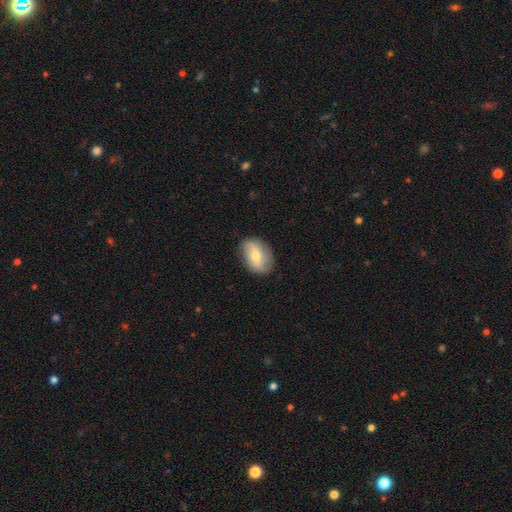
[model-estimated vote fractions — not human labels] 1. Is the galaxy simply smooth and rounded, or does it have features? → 48% featured or disk, 45% smooth, 7% star or artifact.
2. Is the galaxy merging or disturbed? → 81% none, 14% minor disturbance, 4% major disturbance, 1% merger.